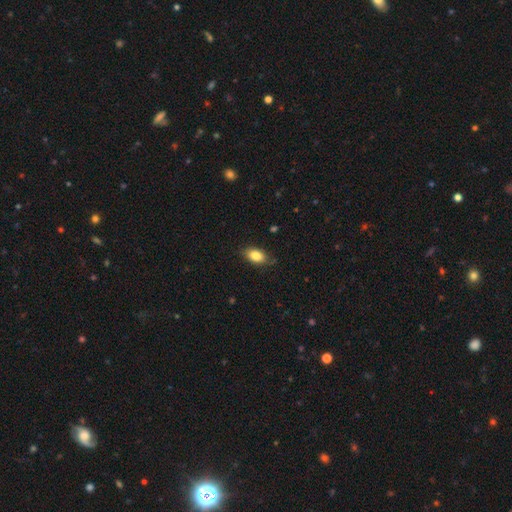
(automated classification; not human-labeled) A smooth galaxy with no disk features (84%) that is in between round and cigar-shaped (89%). Merging: none (80%).